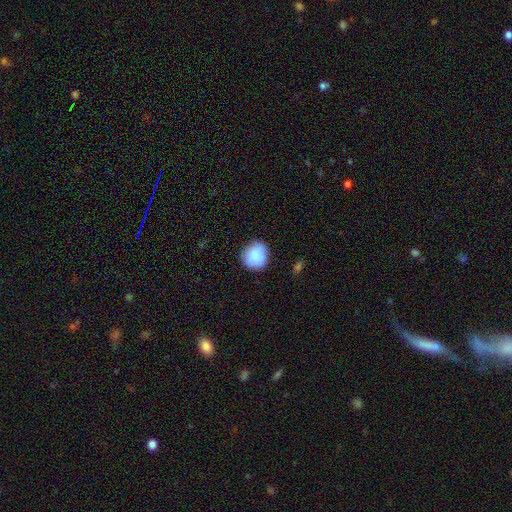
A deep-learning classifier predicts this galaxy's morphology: Smooth or featured: smooth — 85% (featured or disk — 8%)
How rounded: round — 87% (in between — 12%)
Merging: none — 81% (minor disturbance — 15%)